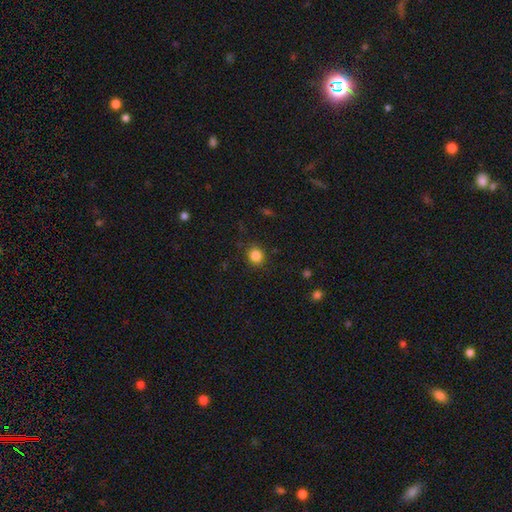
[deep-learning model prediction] smooth 84%, star or artifact 11%, featured or disk 4%. Down the decision tree: how rounded — round (80%); merging — none (86%).